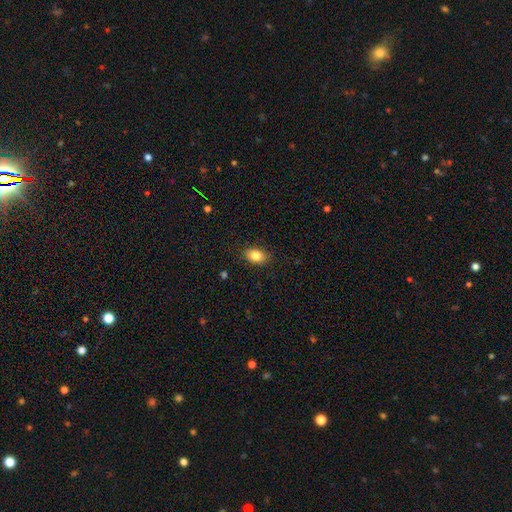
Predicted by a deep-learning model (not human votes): Smooth or featured? smooth (84%)
How rounded? in between (81%)
Merging? none (87%)